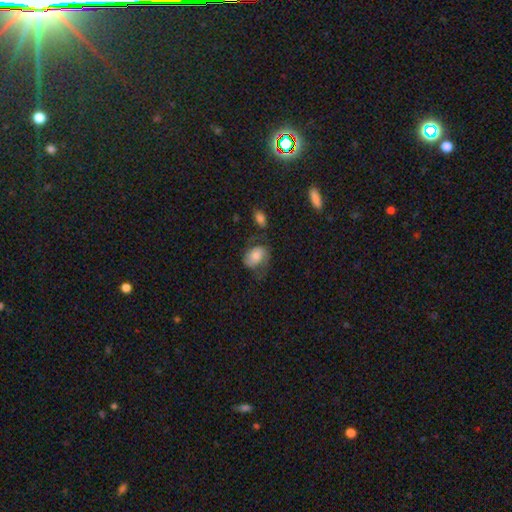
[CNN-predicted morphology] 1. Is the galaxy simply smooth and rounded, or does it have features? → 58% smooth, 33% featured or disk, 9% star or artifact.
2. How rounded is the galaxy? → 75% in between, 24% round, 1% cigar-shaped.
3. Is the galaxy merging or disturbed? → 44% none, 25% minor disturbance, 25% major disturbance, 6% merger.